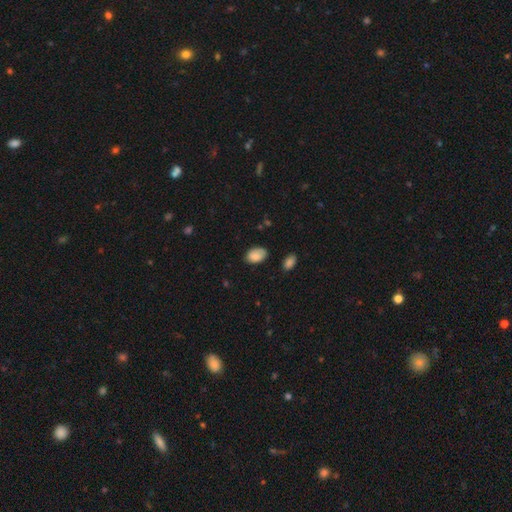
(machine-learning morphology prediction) smooth-or-featured: smooth: 85% | featured or disk: 7% | star or artifact: 7%
  how-rounded: in between: 89% | round: 10% | cigar-shaped: 1%
  merging: none: 74% | minor disturbance: 21% | major disturbance: 4% | merger: 2%